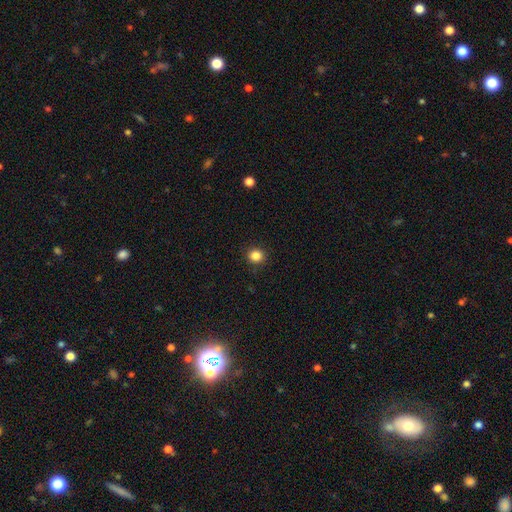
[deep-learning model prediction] Smooth or featured: smooth — 85% (star or artifact — 11%)
How rounded: round — 87% (in between — 12%)
Merging: none — 91% (minor disturbance — 6%)